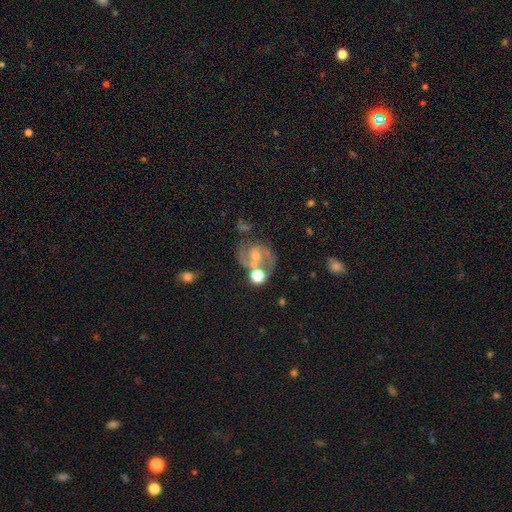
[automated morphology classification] A featured or disk galaxy (77%) with no bar (47%), 2 (88%) medium (57%) spiral arms (91%) and a small central bulge (47%). Merging: none (57%).